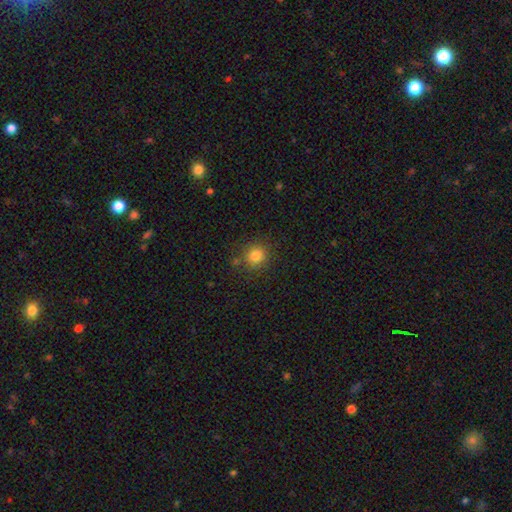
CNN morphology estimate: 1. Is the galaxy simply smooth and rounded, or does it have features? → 81% smooth, 13% star or artifact, 6% featured or disk.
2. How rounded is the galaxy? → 89% round, 10% in between, 1% cigar-shaped.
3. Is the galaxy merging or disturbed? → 83% none, 10% minor disturbance, 4% merger, 3% major disturbance.